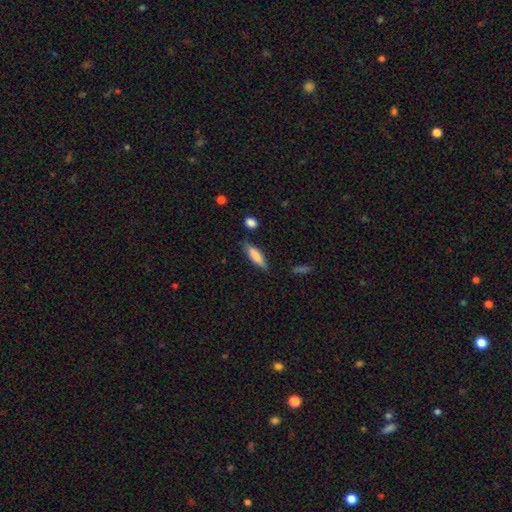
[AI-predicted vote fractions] A smooth galaxy with no disk features (75%) that is cigar-shaped (68%).

Vote fractions:
- Smooth or featured? smooth: 75% / featured or disk: 18% / star or artifact: 6%
- How rounded? cigar-shaped: 68% / in between: 31% / round: 2%
- Merging? none: 80% / minor disturbance: 14% / merger: 3% / major disturbance: 3%